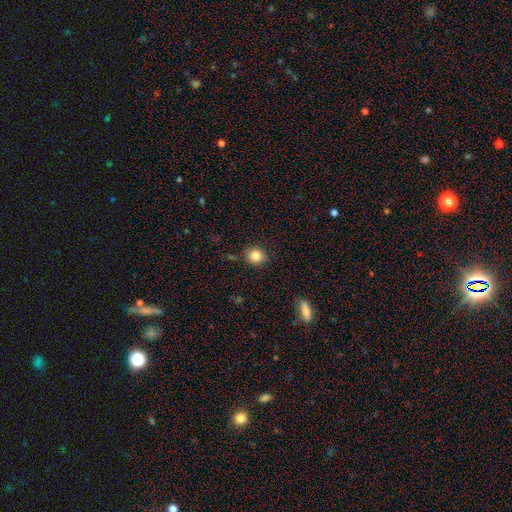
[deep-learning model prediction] This is clearly a smooth galaxy (84%). How rounded: clearly round (90%). Merging: clearly none (86%).